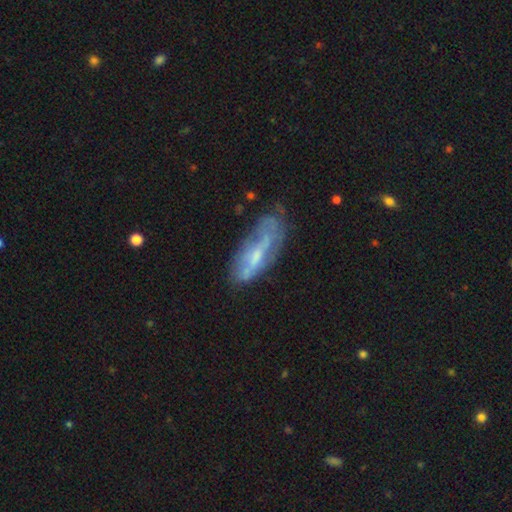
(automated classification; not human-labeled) Overall: featured or disk (59%; smooth 33%). Edge-on disk: no (79%). Merging: none (48%; minor disturbance 29%).